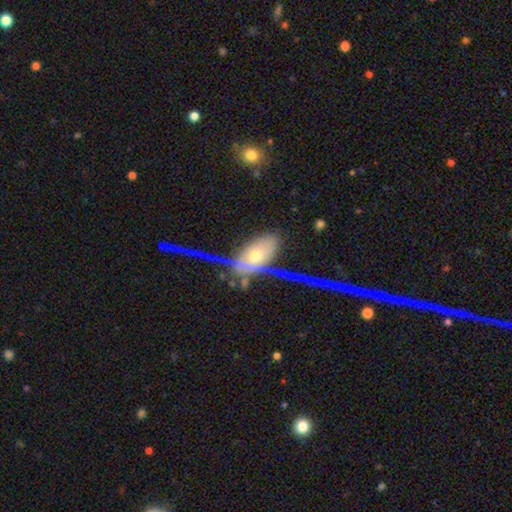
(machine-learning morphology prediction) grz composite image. It shows a featured or disk galaxy (52%). Merging: major disturbance (38%).